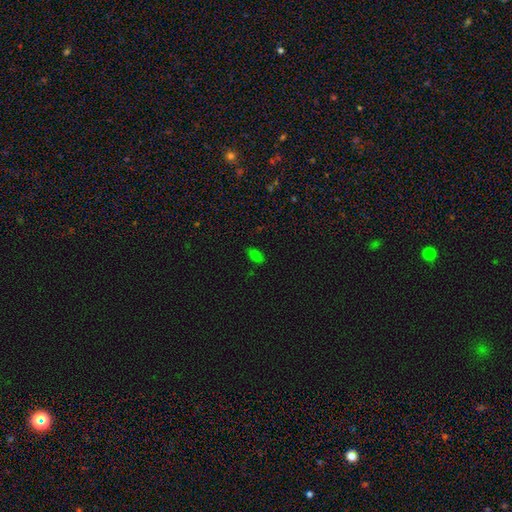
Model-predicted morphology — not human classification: Smooth or featured?
  - smooth: 76% *
  - star or artifact: 19%
  - featured or disk: 5%
How rounded?
  - in between: 91% *
  - round: 5%
  - cigar-shaped: 4%
Merging?
  - none: 82% *
  - minor disturbance: 13%
  - major disturbance: 3%
  - merger: 2%